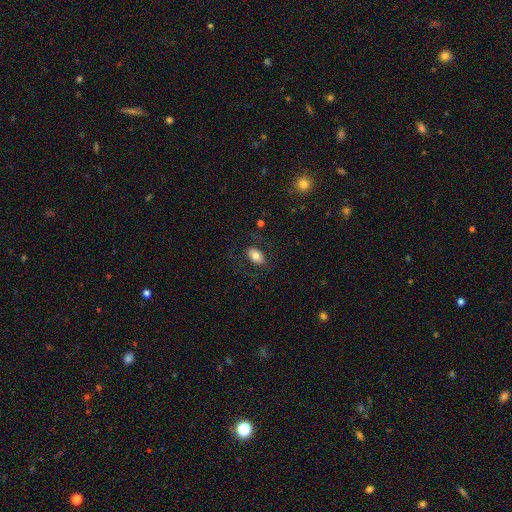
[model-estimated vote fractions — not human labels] This appears to be a smooth galaxy with no disk features (73%) that is in between round and cigar-shaped (90%). Merging: none (79%).